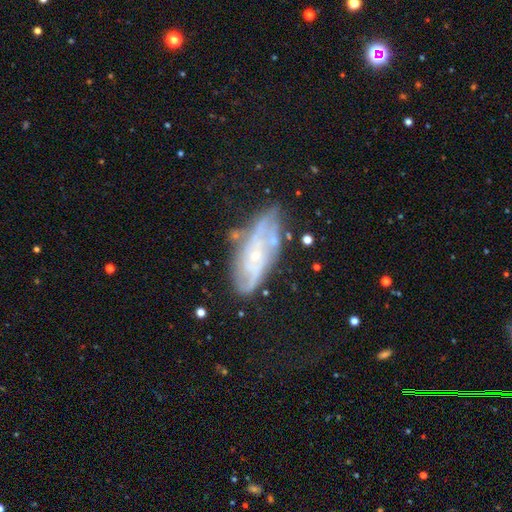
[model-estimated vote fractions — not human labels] A featured or disk galaxy (72%) with no bar (71%), tight (47%) spiral arms (82%) and a small central bulge (77%). Merging: none (66%).